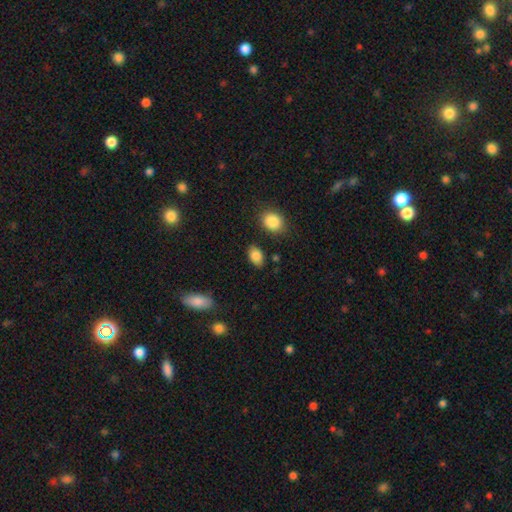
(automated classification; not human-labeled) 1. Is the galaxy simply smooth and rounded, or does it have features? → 86% smooth, 8% star or artifact, 6% featured or disk.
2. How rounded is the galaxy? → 86% in between, 13% round, 1% cigar-shaped.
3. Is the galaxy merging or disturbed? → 83% none, 11% minor disturbance, 3% merger, 3% major disturbance.